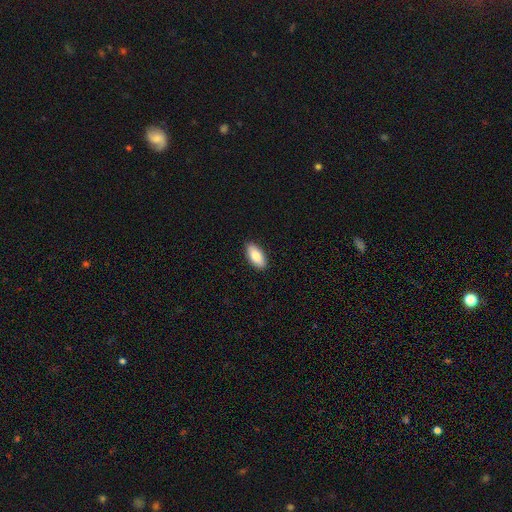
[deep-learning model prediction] This appears to be a smooth galaxy with no disk features (83%) that is in between round and cigar-shaped (91%). Merging: none (90%).